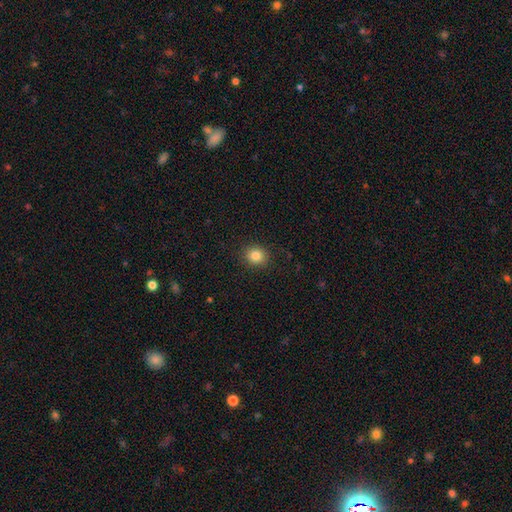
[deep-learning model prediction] Morphology: type=smooth (83%); roundness=round (79%); merging=none (90%).